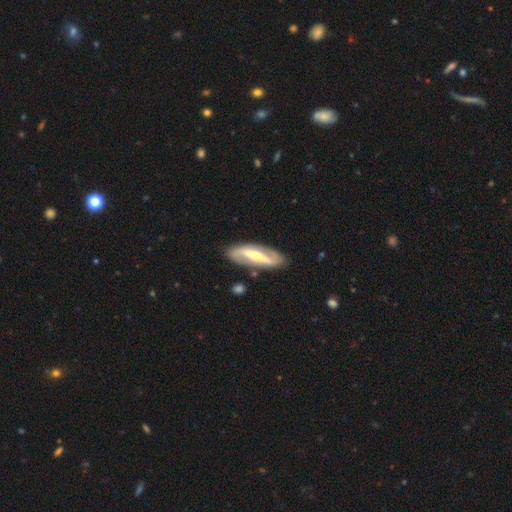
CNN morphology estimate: Smooth or featured? featured or disk (77%)
Edge-on disk? no (86%)
Bar? strong (68%)
Spiral arms? yes (85%)
Spiral winding? medium (38%)
Spiral arm count? 2 (87%)
Bulge size? moderate (47%)
Merging? none (82%)